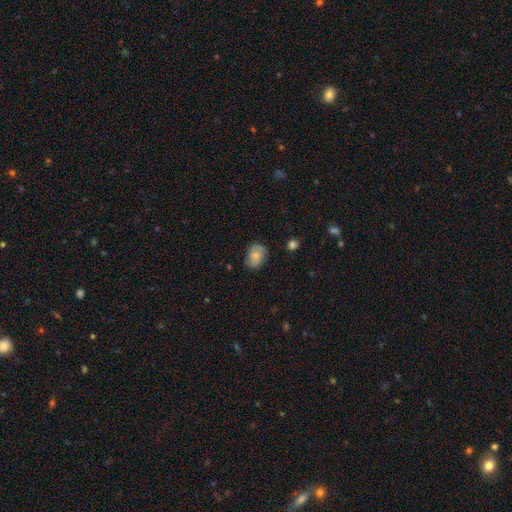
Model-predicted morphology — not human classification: This appears to be a smooth galaxy with no disk features (62%) that is in between round and cigar-shaped (69%). Merging: none (76%).